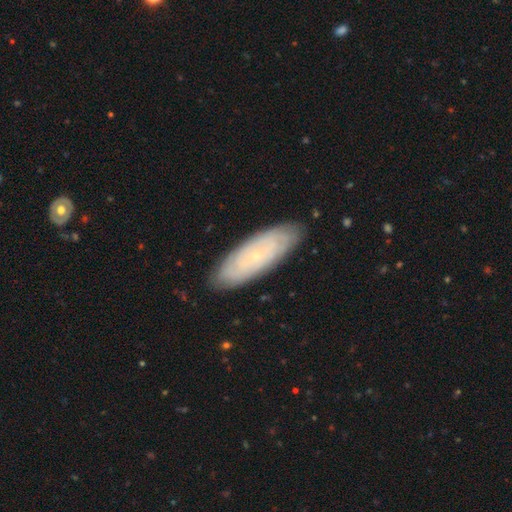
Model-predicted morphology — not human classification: type=featured or disk (64%); edge-on=no (86%); bar=no (85%); spiral arms=yes (80%); bulge=small (87%); merging=none (86%).